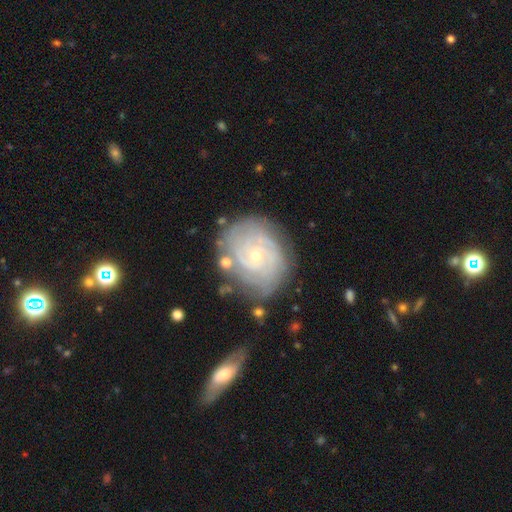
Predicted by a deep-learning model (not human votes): Smooth or featured? featured or disk (83%)
Edge-on disk? no (97%)
Bar? no (70%)
Spiral arms? yes (95%)
Spiral winding? tight (75%)
Spiral arm count? can't tell (35%)
Bulge size? small (70%)
Merging? none (73%)